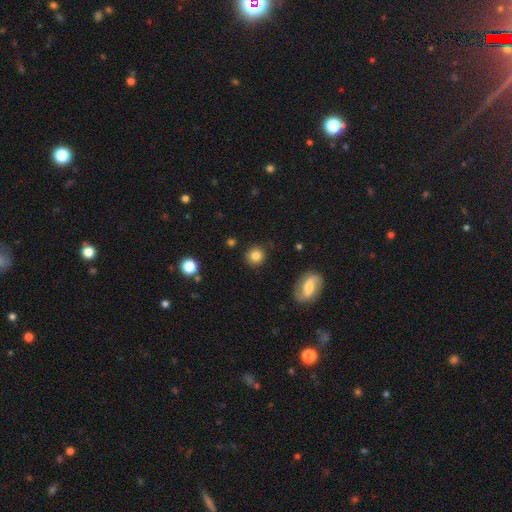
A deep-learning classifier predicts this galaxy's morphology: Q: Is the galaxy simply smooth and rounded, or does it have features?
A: smooth — 81%.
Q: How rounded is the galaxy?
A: round — 92%.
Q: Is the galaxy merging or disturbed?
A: none — 89%.